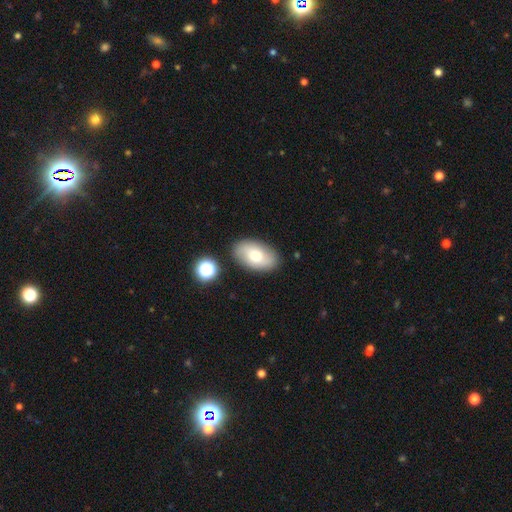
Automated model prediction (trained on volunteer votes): Smooth or featured? smooth (64%)
How rounded? in between (91%)
Merging? none (84%)